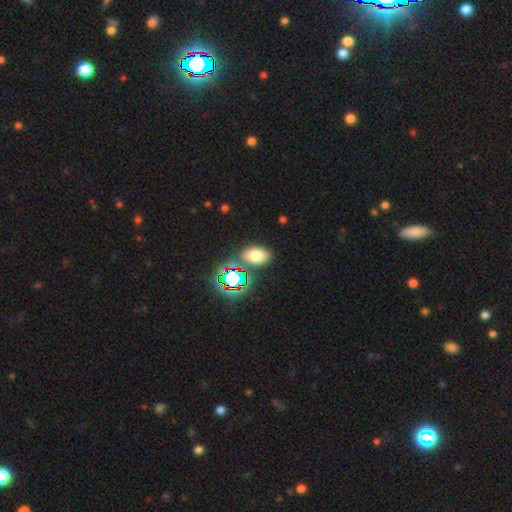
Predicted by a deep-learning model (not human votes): A smooth galaxy with no disk features (64%) that is in between round and cigar-shaped (85%). Merging: none (77%).